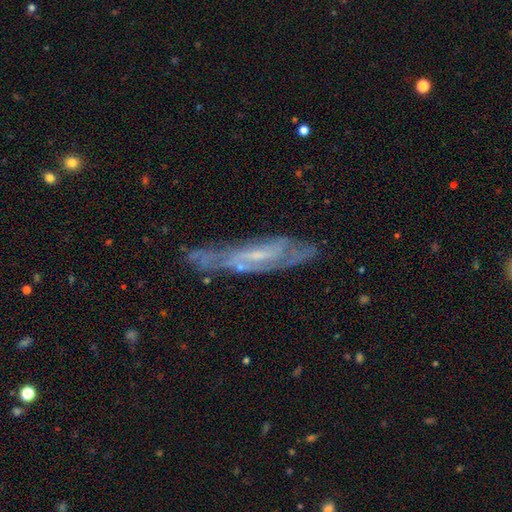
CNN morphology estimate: This appears to be a featured or disk galaxy (77%). Merging: none (66%).